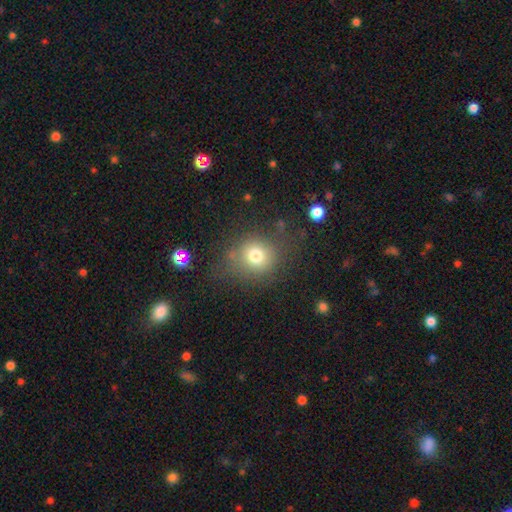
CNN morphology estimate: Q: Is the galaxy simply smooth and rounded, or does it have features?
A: smooth — 76%.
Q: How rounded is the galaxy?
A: round — 82%.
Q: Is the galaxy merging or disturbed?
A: none — 71%.